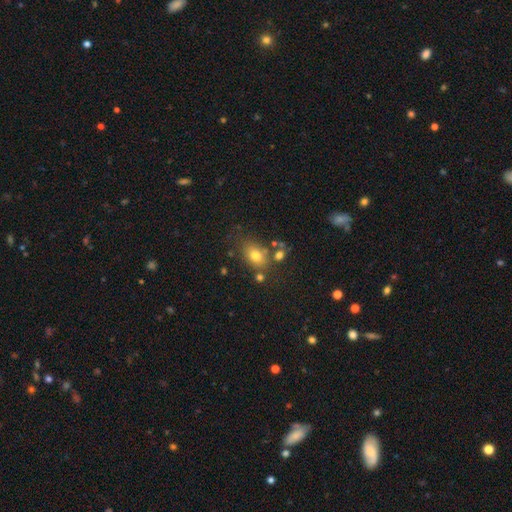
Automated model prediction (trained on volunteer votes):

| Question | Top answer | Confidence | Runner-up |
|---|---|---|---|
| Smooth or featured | smooth | 75% | featured or disk (13%) |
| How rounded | in between | 69% | round (30%) |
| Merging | none | 66% | minor disturbance (16%) |